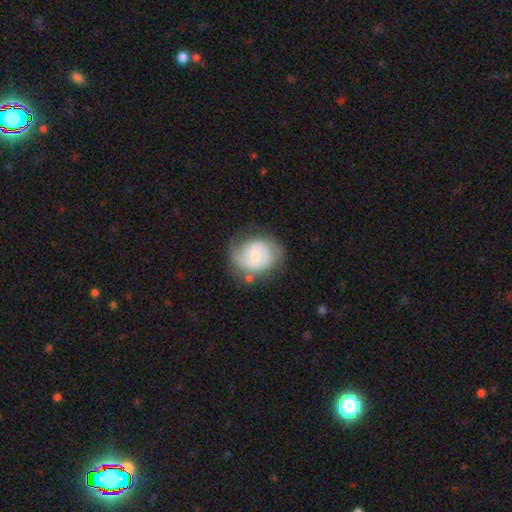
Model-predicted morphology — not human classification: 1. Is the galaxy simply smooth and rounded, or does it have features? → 50% featured or disk, 42% smooth, 7% star or artifact.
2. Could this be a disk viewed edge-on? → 98% no, 2% yes.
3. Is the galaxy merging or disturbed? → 52% none, 26% minor disturbance, 16% major disturbance, 6% merger.